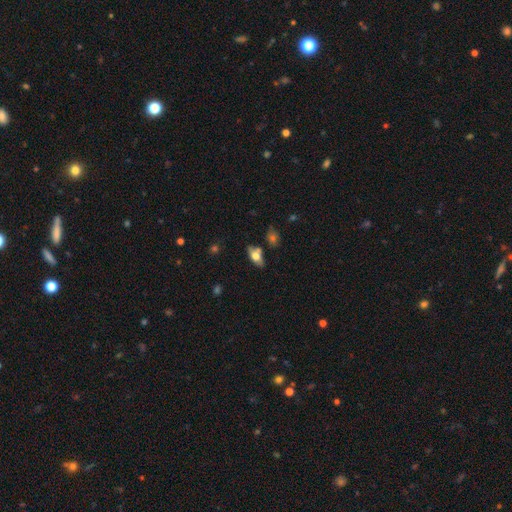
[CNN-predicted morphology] A smooth galaxy with no disk features (62%) that is in between round and cigar-shaped (84%). Merging: none (66%).